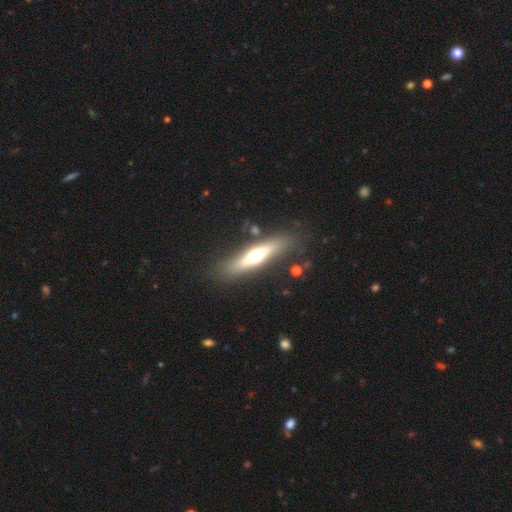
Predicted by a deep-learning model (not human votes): smooth-or-featured: featured or disk: 55% | smooth: 37% | star or artifact: 8%
  disk-edge-on: yes: 85% | no: 15%
  merging: none: 82% | minor disturbance: 11% | major disturbance: 4% | merger: 3%